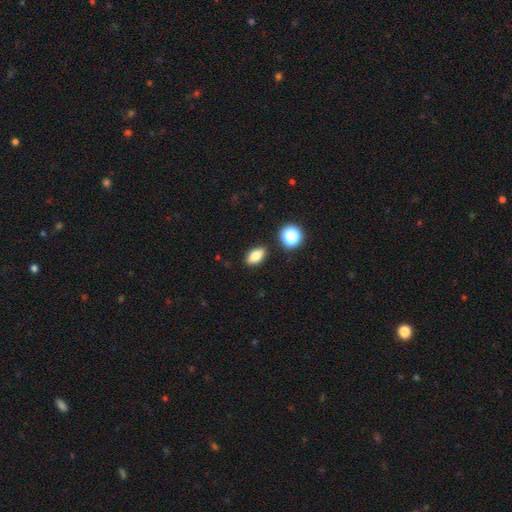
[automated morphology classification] Smooth or featured: smooth — 82% (star or artifact — 10%)
How rounded: in between — 85% (round — 10%)
Merging: none — 87% (minor disturbance — 8%)